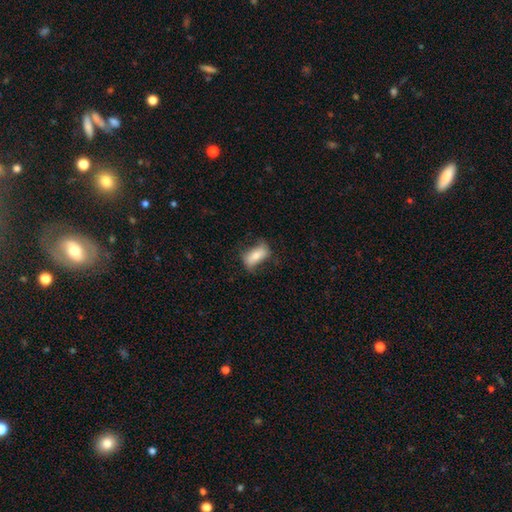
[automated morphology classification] Overall: smooth (66%; featured or disk 27%). How rounded: in between (83%). Merging: none (63%; minor disturbance 25%).